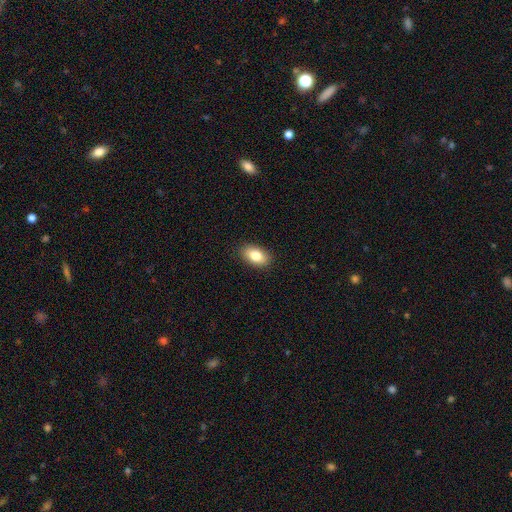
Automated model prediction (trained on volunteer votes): This is clearly a smooth galaxy (83%). How rounded: clearly in between (91%). Merging: clearly none (89%).